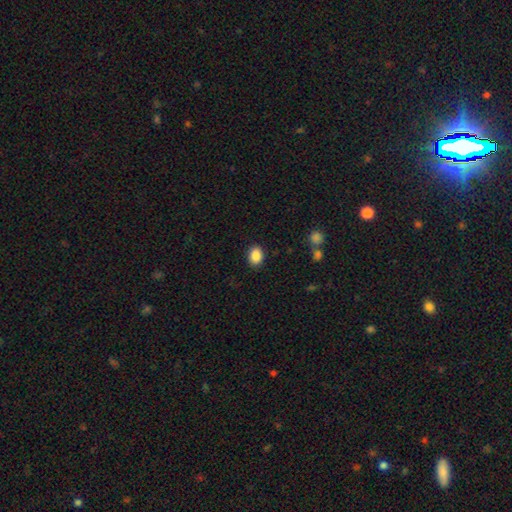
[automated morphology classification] Smooth or featured: smooth — 88% (star or artifact — 8%)
How rounded: in between — 71% (round — 28%)
Merging: none — 88% (minor disturbance — 9%)